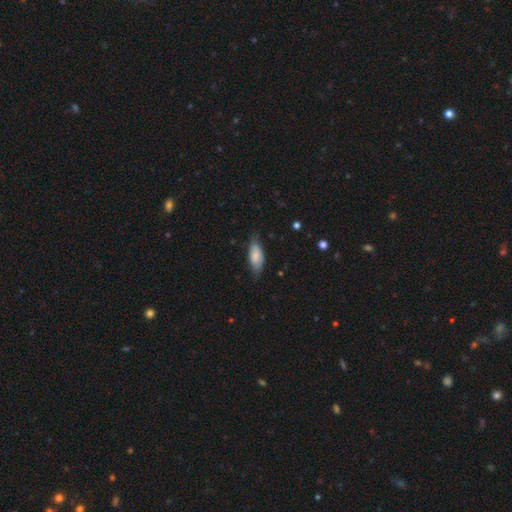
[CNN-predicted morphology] The model was most divided on "merging": none: 69%, minor disturbance: 25%, major disturbance: 5%, merger: 1%. More confident: how rounded — in between (78%); smooth or featured — smooth (77%).